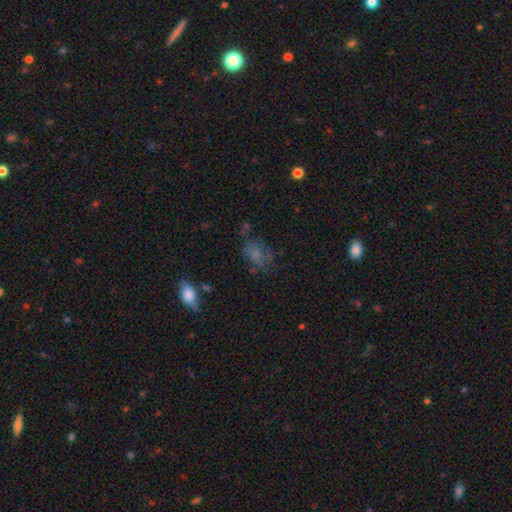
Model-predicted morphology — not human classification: This appears to be a smooth galaxy with no disk features (42%). Merging: none (71%).